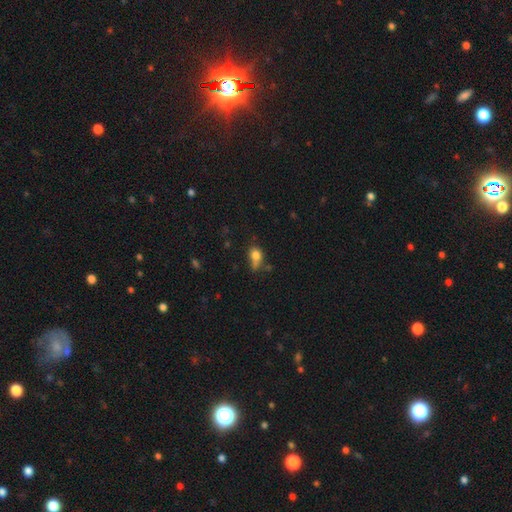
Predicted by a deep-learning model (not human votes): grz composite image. It shows a smooth galaxy with no disk features (78%) that is in between round and cigar-shaped (55%). Merging: none (38%).